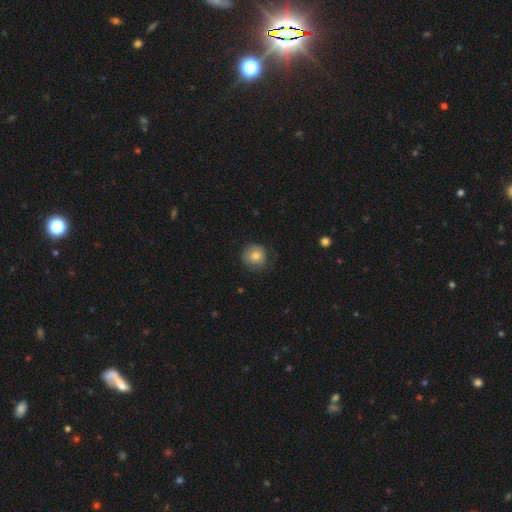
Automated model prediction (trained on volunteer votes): Q: Smooth or featured?
A: smooth (77%); runner-up: featured or disk (14%)
Q: How rounded?
A: round (91%); runner-up: in between (9%)
Q: Merging?
A: none (67%); runner-up: minor disturbance (23%)